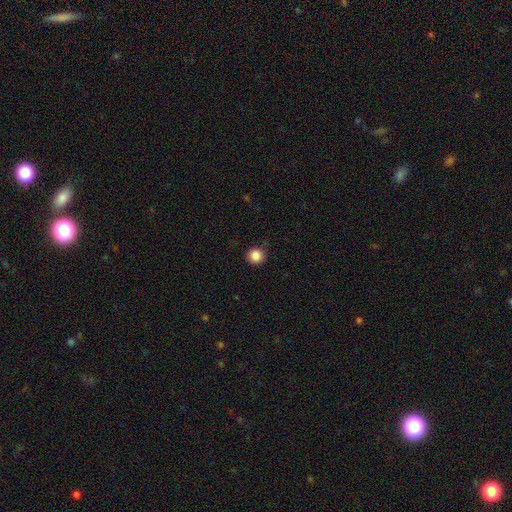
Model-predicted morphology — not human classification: type=smooth (86%); roundness=round (94%); merging=none (86%).